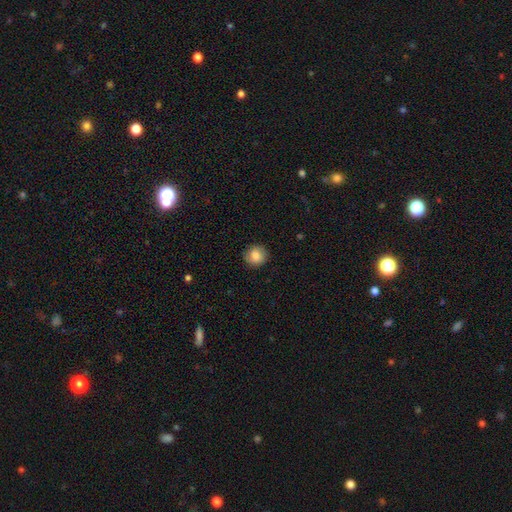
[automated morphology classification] smooth 81%, featured or disk 10%, star or artifact 9%. Down the decision tree: how rounded — round (87%); merging — none (86%).